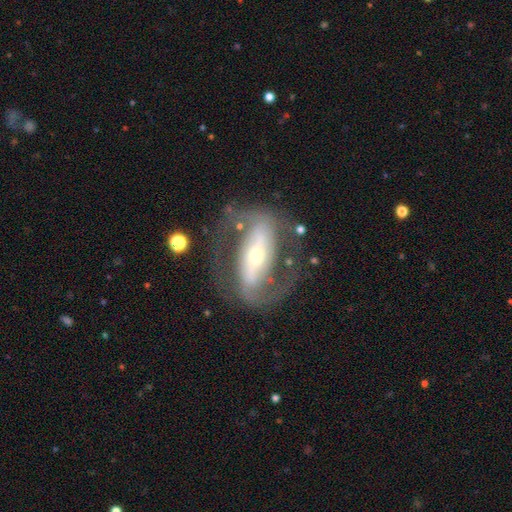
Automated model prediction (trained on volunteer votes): The model was most divided on "bulge size": small: 55%, moderate: 37%, large: 5%, dominant: 2%, none: 1%. Remaining: edge-on disk — no (92%); spiral arm count — 2 (88%); smooth or featured — featured or disk (84%); spiral arms — yes (84%); merging — none (70%); bar — strong (64%); spiral winding — medium (49%).